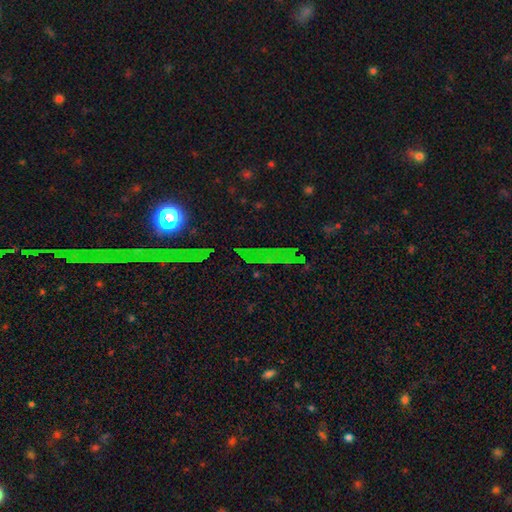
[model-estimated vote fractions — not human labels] smooth-or-featured: star or artifact: 69% | smooth: 16% | featured or disk: 15%